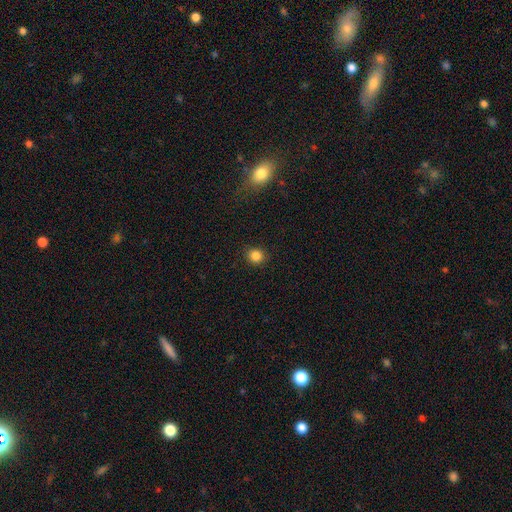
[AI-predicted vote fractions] Smooth or featured?
  - smooth: 85% *
  - star or artifact: 12%
  - featured or disk: 4%
How rounded?
  - round: 85% *
  - in between: 14%
  - cigar-shaped: 1%
Merging?
  - none: 89% *
  - minor disturbance: 8%
  - major disturbance: 2%
  - merger: 1%